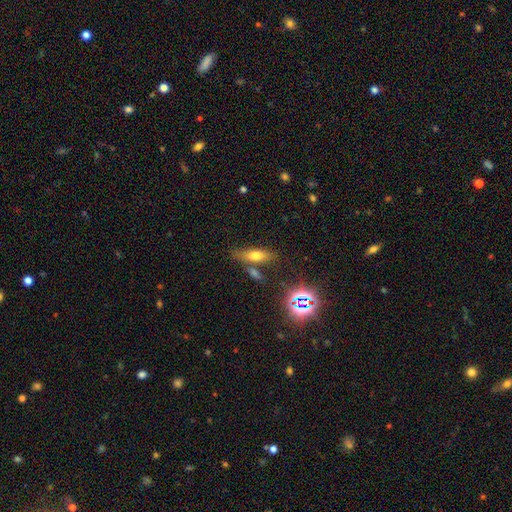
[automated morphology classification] smooth_or_featured: smooth (p=0.63) [alt: featured or disk p=0.21]
how_rounded: in between (p=0.57) [alt: cigar-shaped p=0.37]
merging: none (p=0.64) [alt: merger p=0.17]